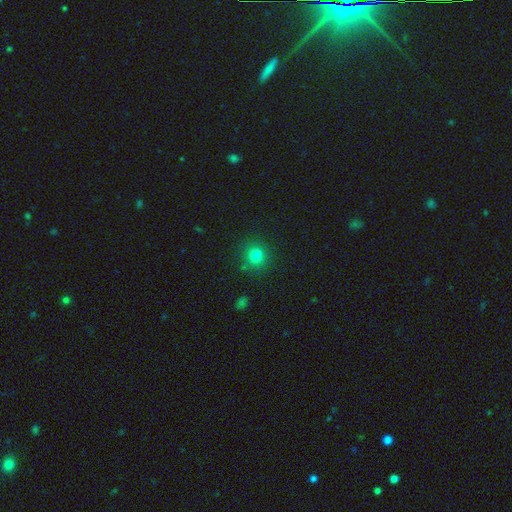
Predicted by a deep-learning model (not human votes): A smooth galaxy with no disk features (79%) that is round (82%).

Vote fractions:
- Smooth or featured? smooth: 79% / star or artifact: 15% / featured or disk: 6%
- How rounded? round: 82% / in between: 17% / cigar-shaped: 1%
- Merging? none: 81% / minor disturbance: 11% / merger: 5% / major disturbance: 3%